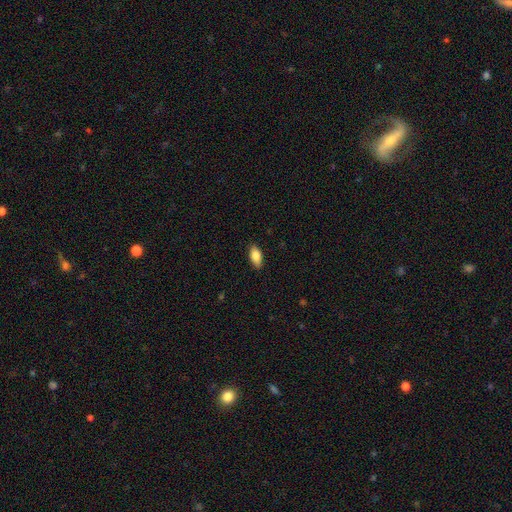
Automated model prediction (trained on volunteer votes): Smooth or featured: smooth — 83% (featured or disk — 11%)
How rounded: in between — 89% (cigar-shaped — 8%)
Merging: none — 88% (minor disturbance — 9%)